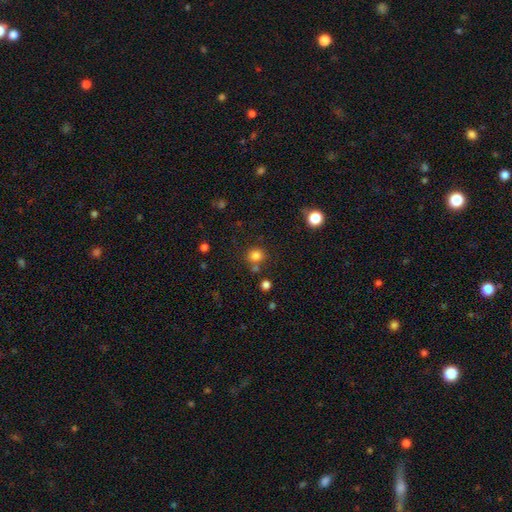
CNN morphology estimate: Smooth or featured?
  - smooth: 81% *
  - star or artifact: 14%
  - featured or disk: 5%
How rounded?
  - round: 85% *
  - in between: 14%
  - cigar-shaped: 1%
Merging?
  - none: 73% *
  - merger: 13%
  - minor disturbance: 10%
  - major disturbance: 4%